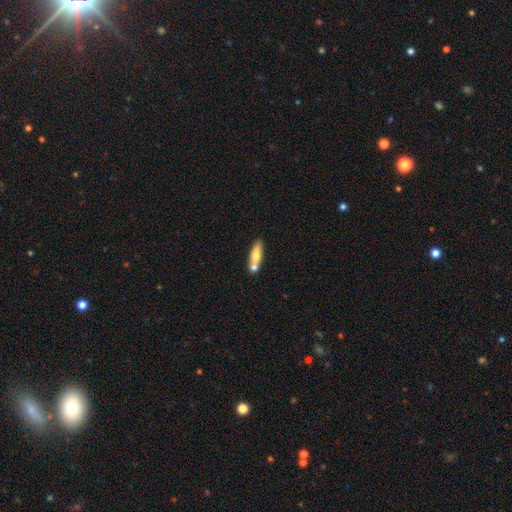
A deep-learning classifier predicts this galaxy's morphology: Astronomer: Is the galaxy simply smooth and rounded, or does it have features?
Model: smooth — 69%.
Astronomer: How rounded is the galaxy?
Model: in between — 49% (runner-up: cigar-shaped, 47%).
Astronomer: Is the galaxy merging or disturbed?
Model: none — 48% (runner-up: merger, 35%).